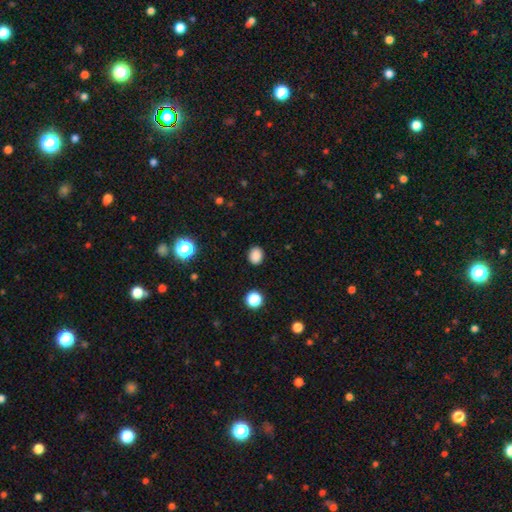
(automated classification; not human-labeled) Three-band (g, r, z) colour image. It shows a smooth galaxy with no disk features (85%) that is round (53%). Merging: none (89%).